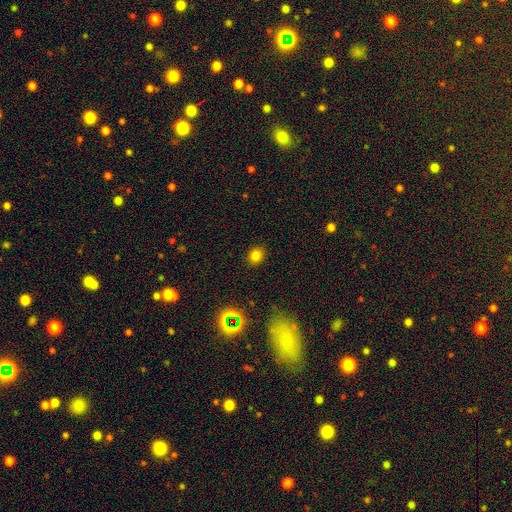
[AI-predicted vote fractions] Morphology: type=smooth (78%); roundness=round (62%); merging=none (88%).